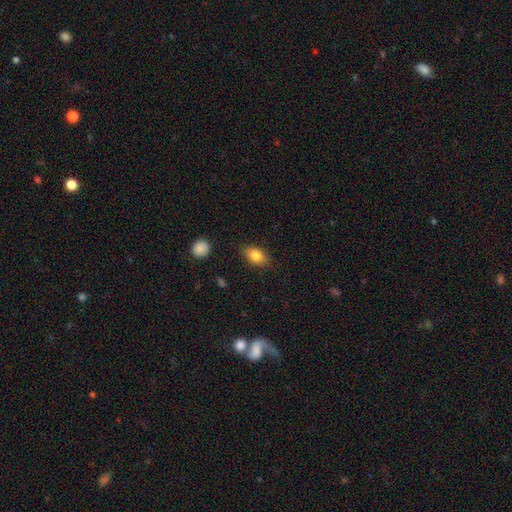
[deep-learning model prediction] Morphology: type=smooth (82%); roundness=in between (85%); merging=none (84%).